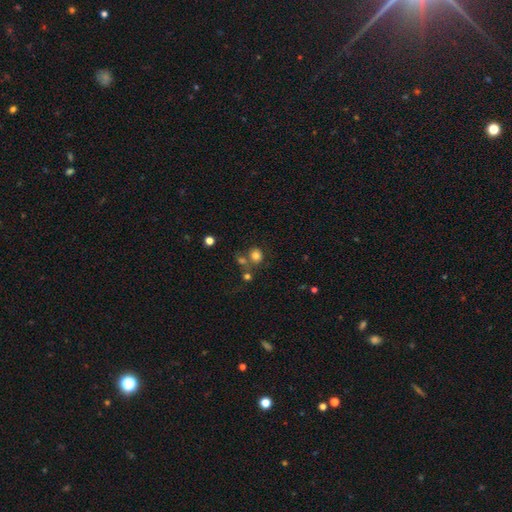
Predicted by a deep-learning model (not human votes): Smooth or featured: smooth — 76% (star or artifact — 14%)
How rounded: round — 79% (in between — 20%)
Merging: none — 58% (merger — 24%)